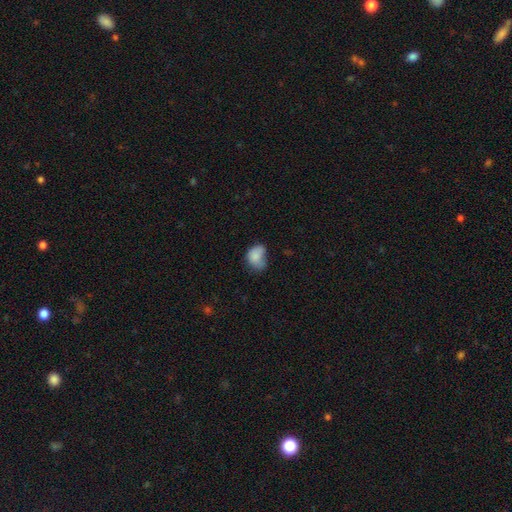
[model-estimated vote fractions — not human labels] A smooth galaxy with no disk features (80%) that is in between round and cigar-shaped (66%). Merging: minor disturbance (37%).